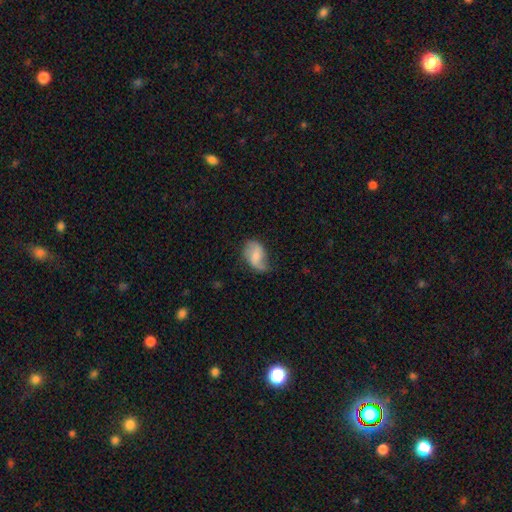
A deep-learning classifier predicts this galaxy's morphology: Smooth or featured? Predicted: featured or disk (p=0.49). Merging? Predicted: none (p=0.50).